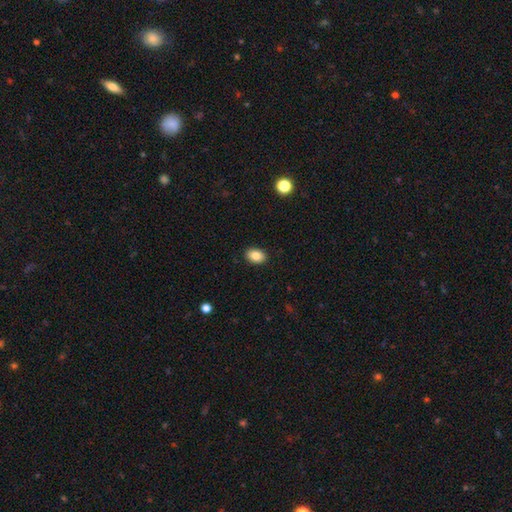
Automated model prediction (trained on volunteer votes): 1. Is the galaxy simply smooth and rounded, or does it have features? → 85% smooth, 9% star or artifact, 6% featured or disk.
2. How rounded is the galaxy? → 79% in between, 20% round, 1% cigar-shaped.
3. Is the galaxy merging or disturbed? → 90% none, 7% minor disturbance, 2% major disturbance, 1% merger.